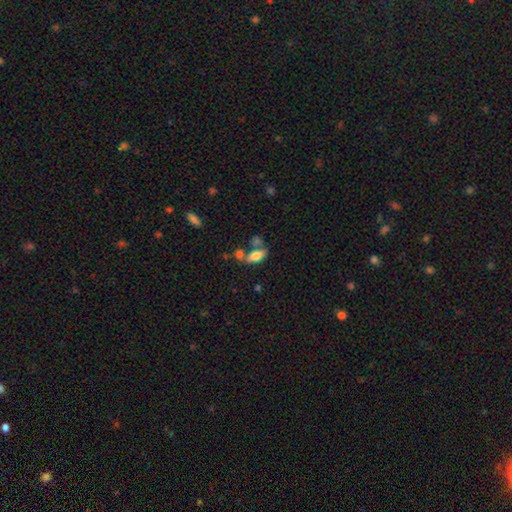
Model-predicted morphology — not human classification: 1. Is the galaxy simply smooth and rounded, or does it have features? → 71% smooth, 20% featured or disk, 9% star or artifact.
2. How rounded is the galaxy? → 84% in between, 12% cigar-shaped, 4% round.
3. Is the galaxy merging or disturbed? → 49% none, 28% merger, 16% minor disturbance, 7% major disturbance.